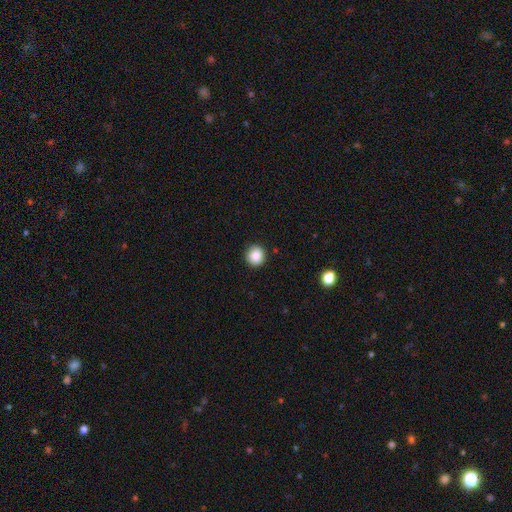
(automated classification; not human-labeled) Q: Smooth or featured?
A: smooth (87%); runner-up: star or artifact (9%)
Q: How rounded?
A: round (91%); runner-up: in between (8%)
Q: Merging?
A: none (90%); runner-up: minor disturbance (7%)